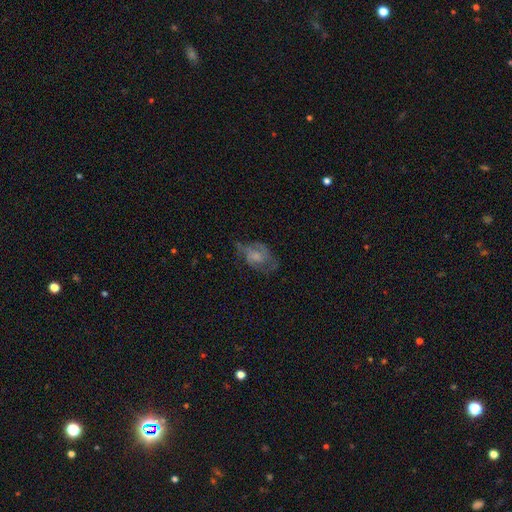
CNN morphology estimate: featured or disk 55%, smooth 36%, star or artifact 10%. Down the decision tree: edge-on disk — no (96%); bar — no (68%); spiral arms — yes (62%); bulge size — moderate (36%); merging — none (45%).